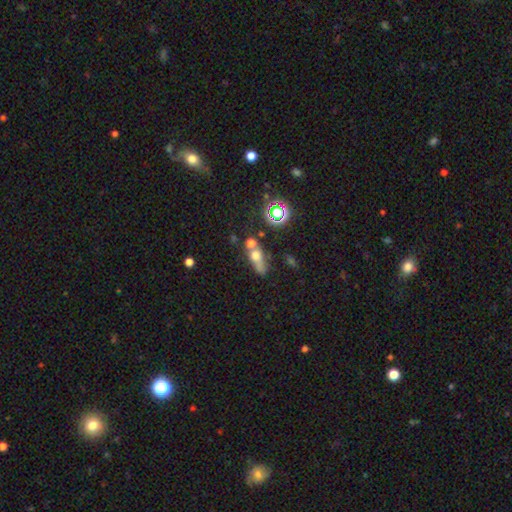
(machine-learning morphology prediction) The model was most divided on "merging": none: 35%, merger: 33%, minor disturbance: 18%, major disturbance: 15%. Remaining: smooth or featured — smooth (58%); how rounded — in between (47%).